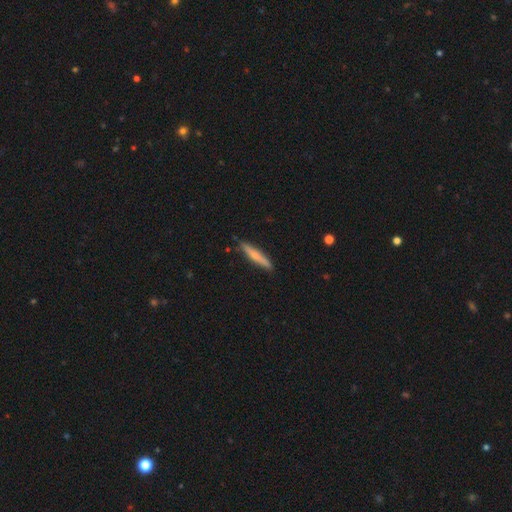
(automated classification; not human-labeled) Q: Smooth or featured?
A: smooth (63%); runner-up: featured or disk (31%)
Q: How rounded?
A: cigar-shaped (93%); runner-up: in between (5%)
Q: Merging?
A: none (87%); runner-up: minor disturbance (10%)